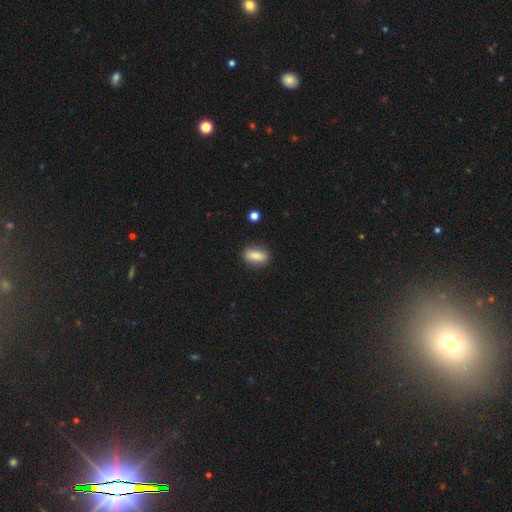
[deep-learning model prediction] smooth_or_featured: smooth (p=0.84) [alt: featured or disk p=0.08]
how_rounded: in between (p=0.77) [alt: cigar-shaped p=0.18]
merging: none (p=0.86) [alt: minor disturbance p=0.10]